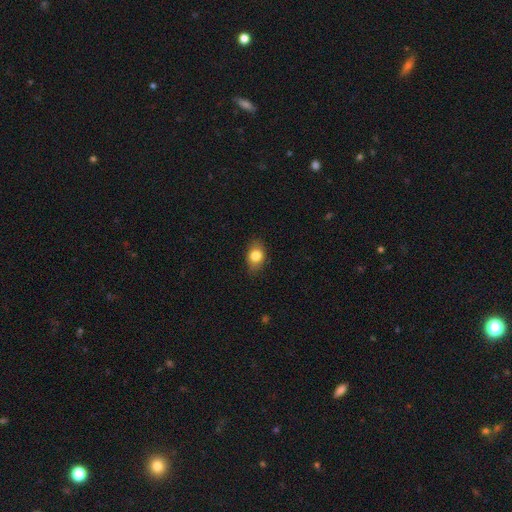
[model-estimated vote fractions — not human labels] A smooth galaxy with no disk features (79%) that is in between round and cigar-shaped (74%).

Vote fractions:
- Smooth or featured? smooth: 79% / featured or disk: 12% / star or artifact: 9%
- How rounded? in between: 74% / round: 24% / cigar-shaped: 2%
- Merging? none: 81% / minor disturbance: 15% / major disturbance: 3% / merger: 1%